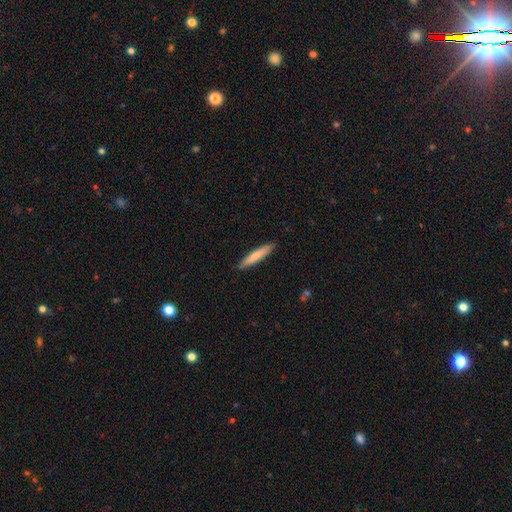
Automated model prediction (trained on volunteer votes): Overall: smooth (74%). How rounded: cigar-shaped (92%). Merging: none (90%).